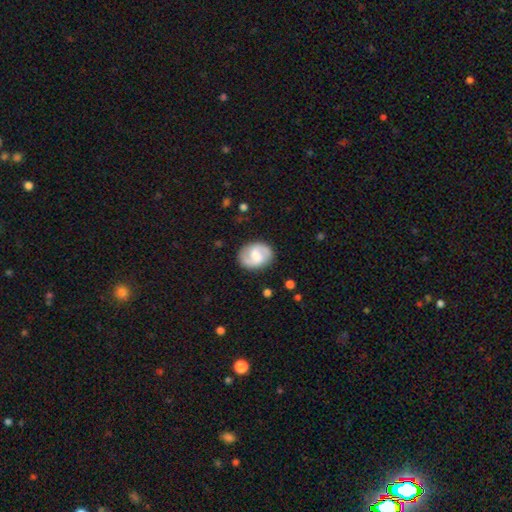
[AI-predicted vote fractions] Smooth or featured? featured or disk (71%)
Edge-on disk? no (98%)
Bar? weak (54%)
Spiral arms? yes (89%)
Spiral winding? medium (49%)
Spiral arm count? 2 (89%)
Bulge size? moderate (51%)
Merging? none (83%)